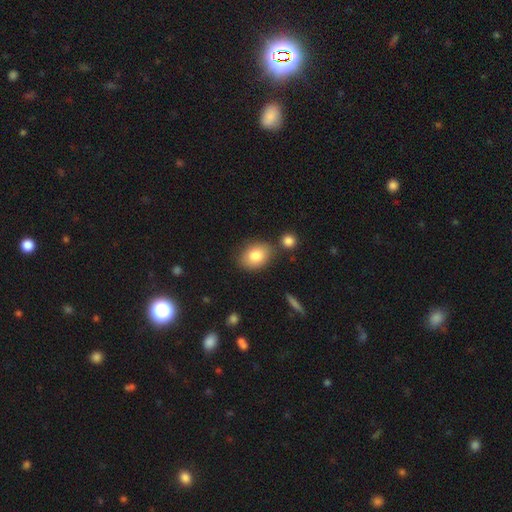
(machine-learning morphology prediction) Smooth or featured? smooth (82%)
How rounded? in between (72%)
Merging? none (73%)